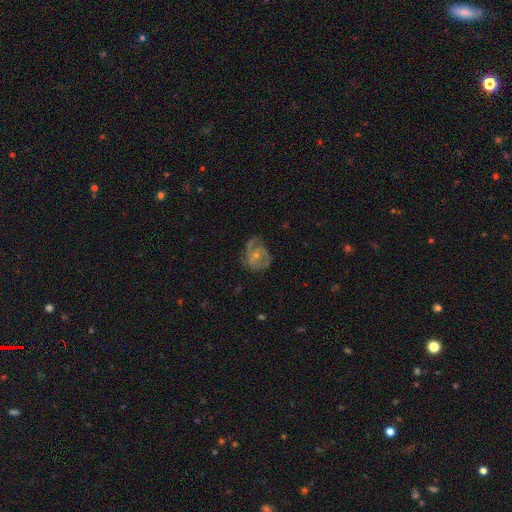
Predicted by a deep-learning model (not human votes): A featured or disk galaxy (74%) with no bar (64%), 2 (47%) medium (46%) spiral arms (88%) and a small central bulge (65%). Merging: none (56%).